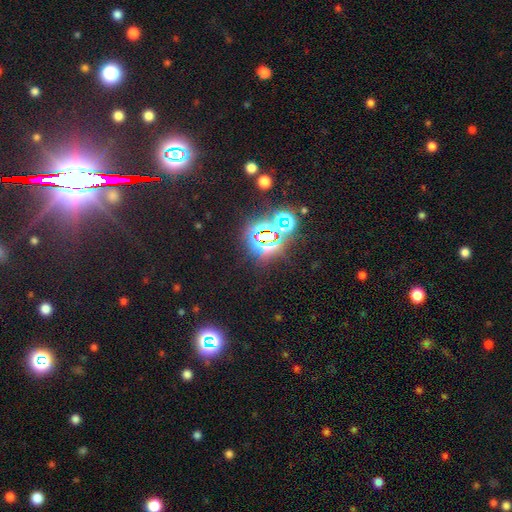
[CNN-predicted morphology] This appears to be a star or artifact, not a galaxy (79%).